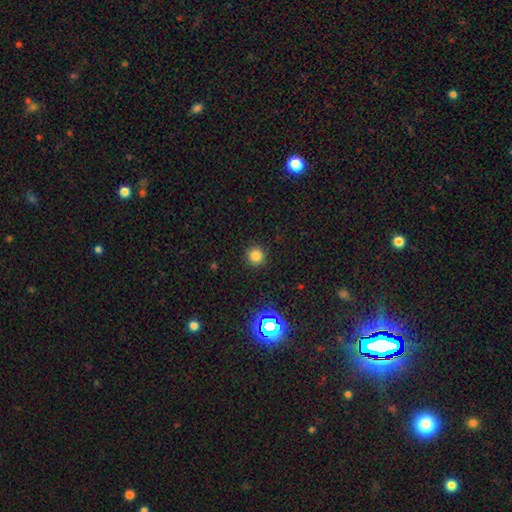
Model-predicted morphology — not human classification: smooth 79%, star or artifact 17%, featured or disk 5%. Down the decision tree: how rounded — round (94%); merging — none (91%).